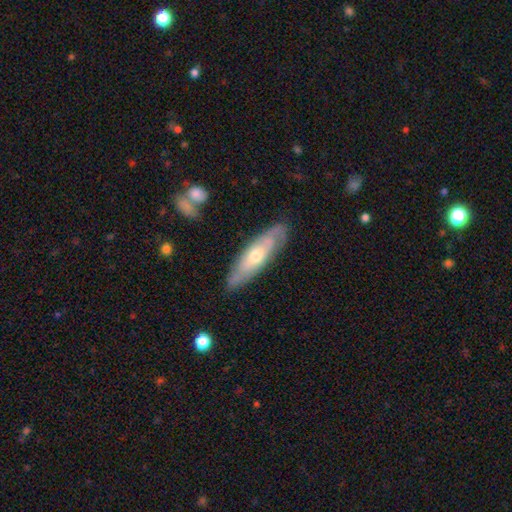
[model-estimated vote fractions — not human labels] Overall: featured or disk (58%; smooth 36%). Edge-on disk: no (61%; yes 39%). Merging: none (81%).